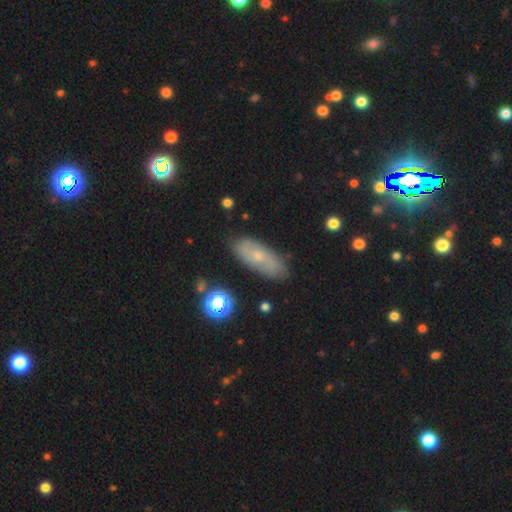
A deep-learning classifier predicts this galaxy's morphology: This appears to be a smooth galaxy with no disk features (48%). Merging: none (81%).